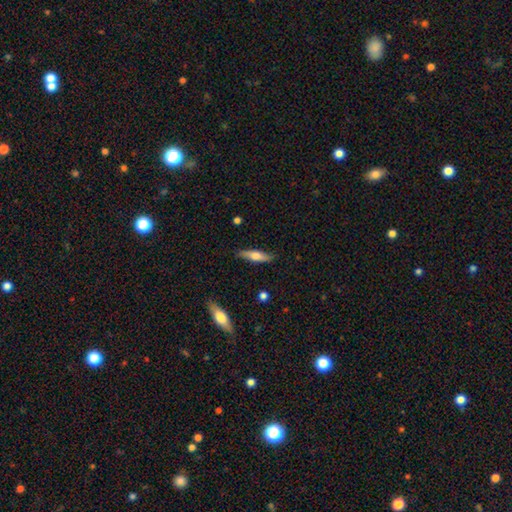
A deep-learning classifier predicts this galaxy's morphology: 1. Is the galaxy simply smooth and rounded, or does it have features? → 60% smooth, 34% featured or disk, 6% star or artifact.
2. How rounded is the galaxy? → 69% cigar-shaped, 29% in between, 2% round.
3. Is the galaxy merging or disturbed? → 84% none, 12% minor disturbance, 2% major disturbance, 1% merger.